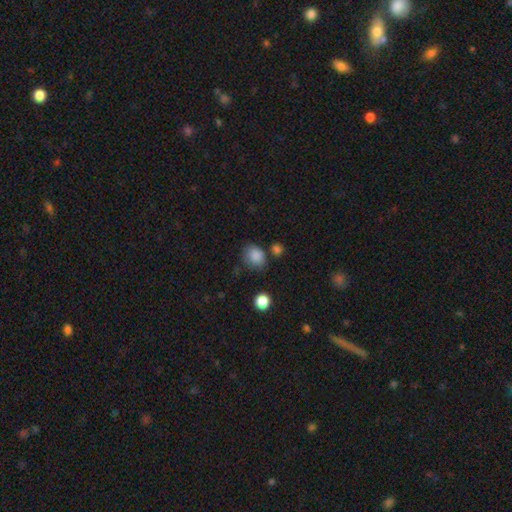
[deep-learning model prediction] Smooth or featured?
  - smooth: 85% *
  - star or artifact: 10%
  - featured or disk: 5%
How rounded?
  - round: 51% *
  - in between: 48%
  - cigar-shaped: 1%
Merging?
  - none: 66% *
  - minor disturbance: 20%
  - merger: 8%
  - major disturbance: 6%